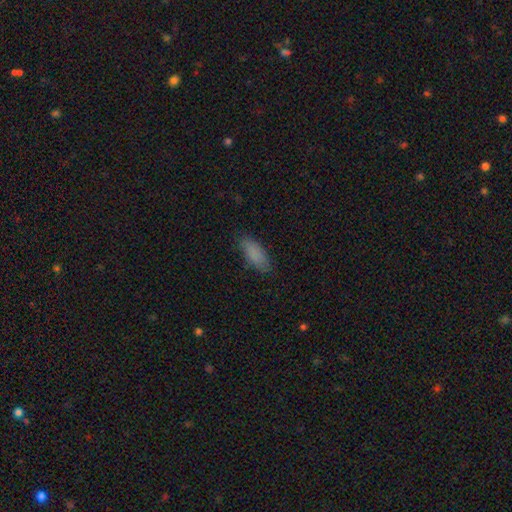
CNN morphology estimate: Smooth or featured? Predicted: smooth (p=0.86). How rounded? Predicted: in between (p=0.77). Merging? Predicted: none (p=0.79).